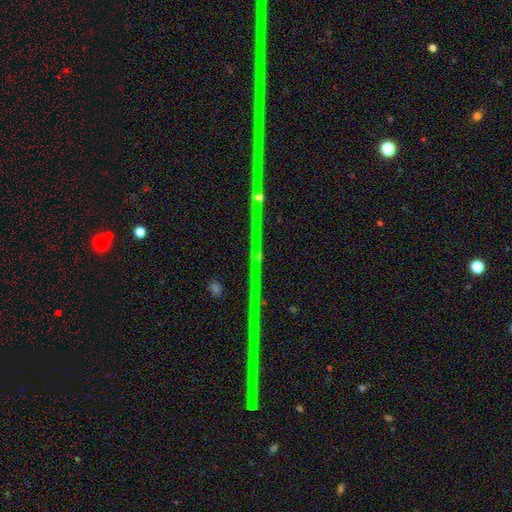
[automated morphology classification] smooth_or_featured: star or artifact (p=0.87) [alt: featured or disk p=0.09]